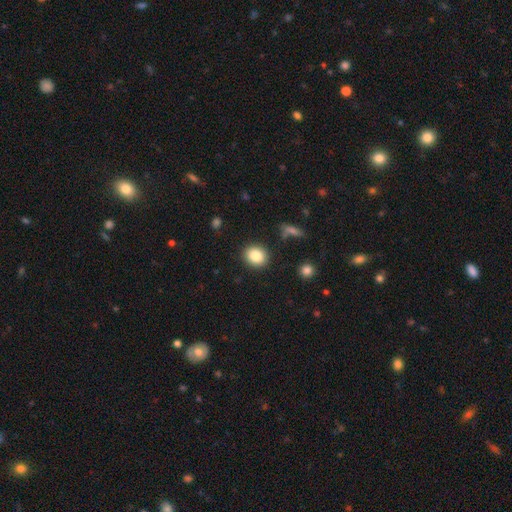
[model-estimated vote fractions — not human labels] Smooth or featured? smooth (84%)
How rounded? round (69%)
Merging? none (89%)